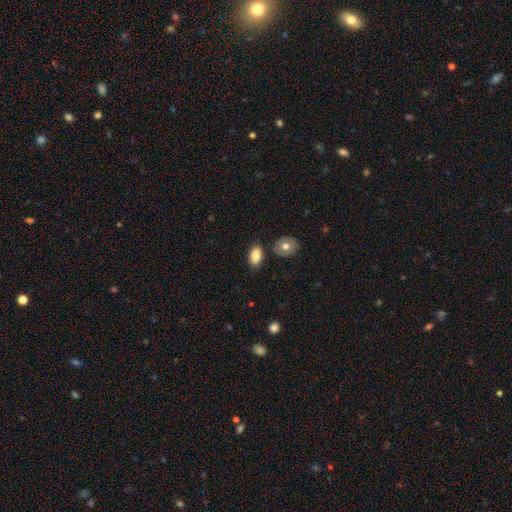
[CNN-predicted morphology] This appears to be a smooth galaxy with no disk features (83%) that is in between round and cigar-shaped (90%). Merging: none (76%).